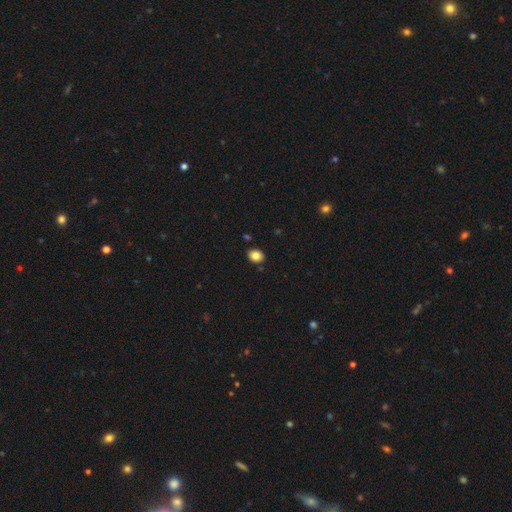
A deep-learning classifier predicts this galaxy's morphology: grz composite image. It shows a smooth galaxy with no disk features (84%) that is in between round and cigar-shaped (54%). Merging: none (87%).